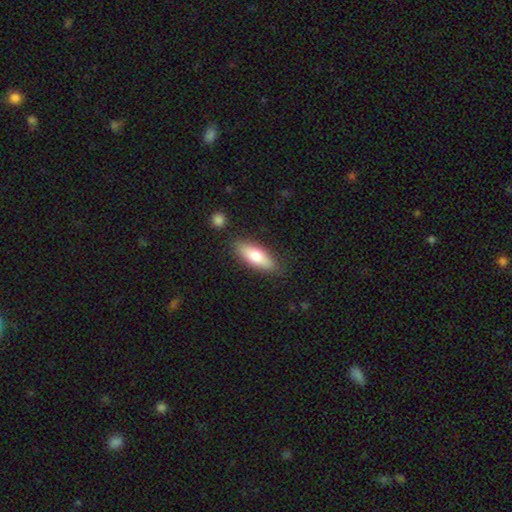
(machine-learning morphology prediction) smooth 71%, featured or disk 23%, star or artifact 6%. Down the decision tree: how rounded — in between (67%); merging — none (83%).